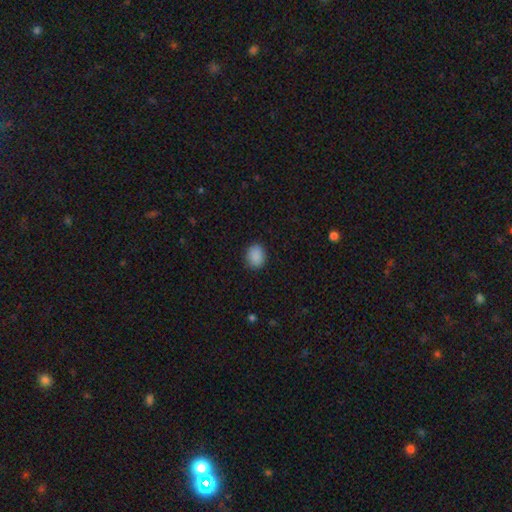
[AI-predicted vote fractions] Smooth or featured: smooth — 89% (star or artifact — 8%)
How rounded: round — 55% (in between — 44%)
Merging: none — 88% (minor disturbance — 8%)